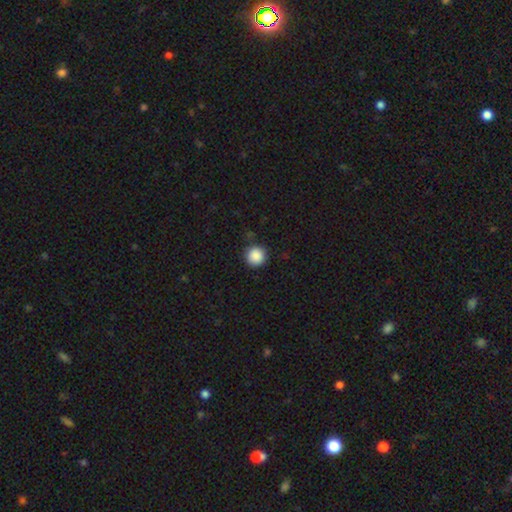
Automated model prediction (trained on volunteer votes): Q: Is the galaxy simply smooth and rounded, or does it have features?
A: smooth — 88%.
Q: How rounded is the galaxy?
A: round — 95%.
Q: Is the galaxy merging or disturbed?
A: none — 88%.